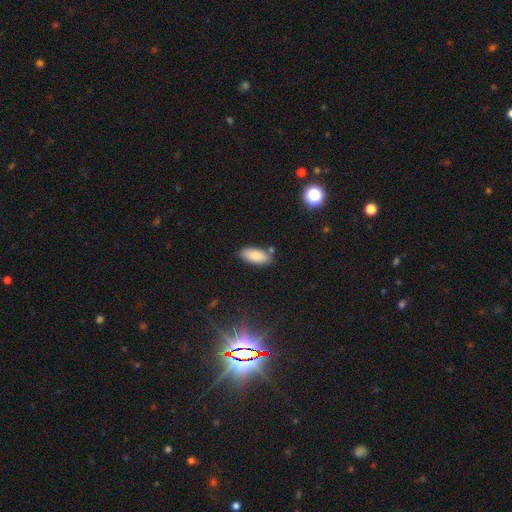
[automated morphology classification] A smooth galaxy with no disk features (84%) that is in between round and cigar-shaped (86%). Merging: none (80%).